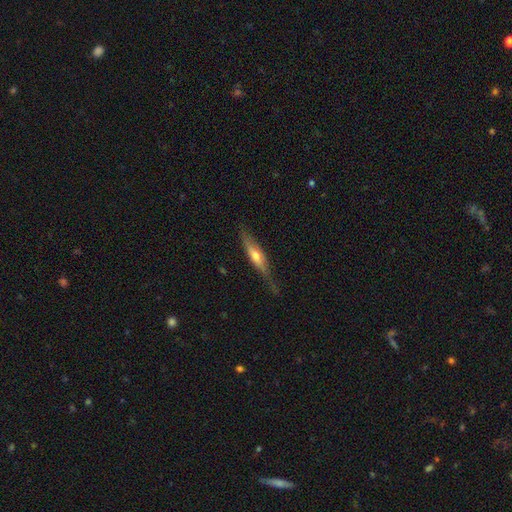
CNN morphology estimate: Smooth or featured? Predicted: featured or disk (p=0.62). Edge-on disk? Predicted: yes (p=0.92). Edge-on bulge? Predicted: rounded (p=0.81). Merging? Predicted: none (p=0.70).